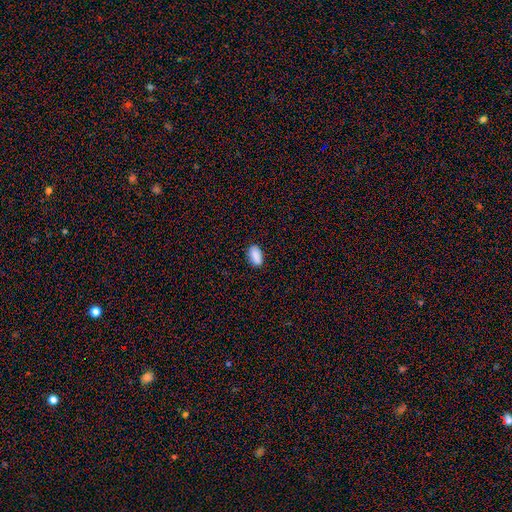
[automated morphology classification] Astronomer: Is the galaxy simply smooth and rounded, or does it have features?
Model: smooth — 89%.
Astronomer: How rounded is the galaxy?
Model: in between — 93%.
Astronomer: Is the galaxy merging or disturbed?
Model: none — 87%.